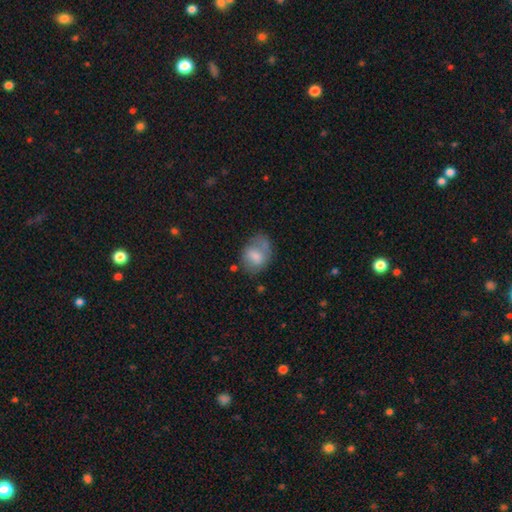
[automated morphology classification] This appears to be a smooth galaxy with no disk features (70%) that is in between round and cigar-shaped (70%). Merging: none (45%).